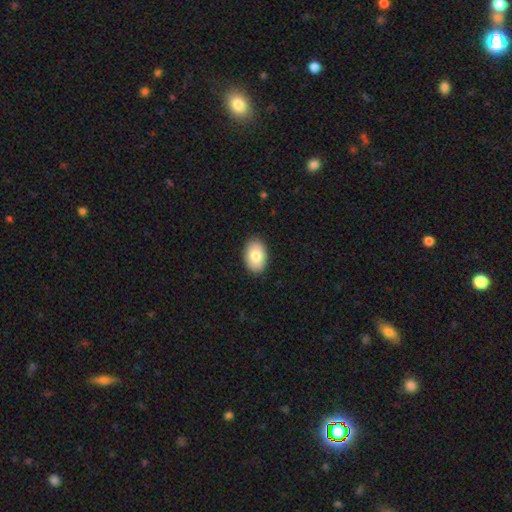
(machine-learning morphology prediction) smooth-or-featured: smooth: 83% | featured or disk: 10% | star or artifact: 6%
  how-rounded: in between: 89% | round: 9% | cigar-shaped: 1%
  merging: none: 89% | minor disturbance: 9% | major disturbance: 2% | merger: 1%